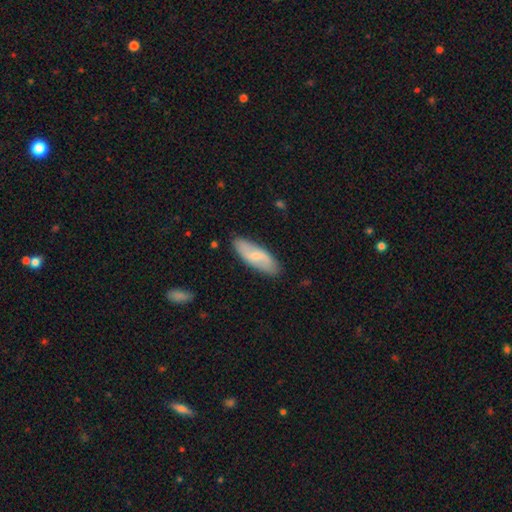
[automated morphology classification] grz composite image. It shows a smooth galaxy with no disk features (60%) that is in between round and cigar-shaped (66%). Merging: none (83%).